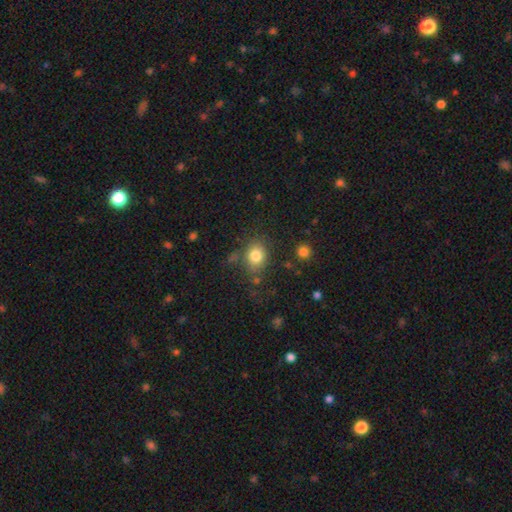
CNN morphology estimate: Smooth or featured? smooth (81%)
How rounded? round (57%)
Merging? none (74%)